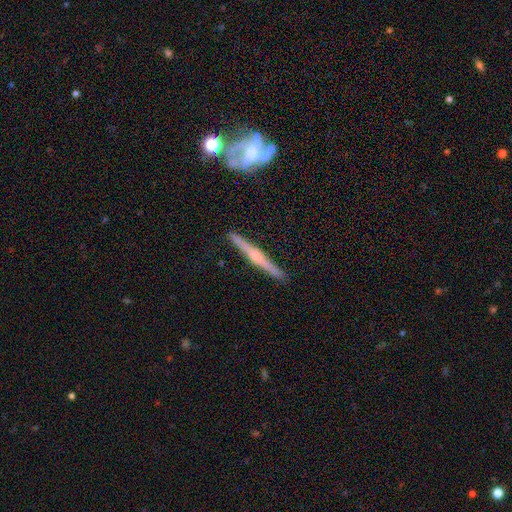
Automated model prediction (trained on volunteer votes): A featured or disk galaxy (75%) viewed edge-on (98%) with a rounded central bulge (71%).

Vote fractions:
- Smooth or featured? featured or disk: 75% / smooth: 19% / star or artifact: 6%
- Edge-on disk? yes: 98% / no: 2%
- Edge-on bulge? rounded: 71% / boxy: 15% / none: 15%
- Merging? none: 90% / minor disturbance: 7% / merger: 2% / major disturbance: 2%